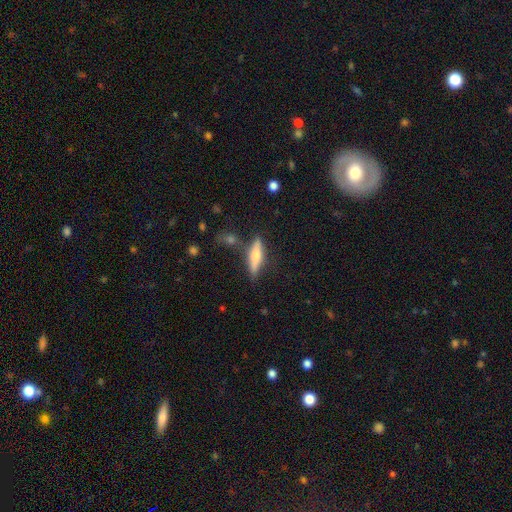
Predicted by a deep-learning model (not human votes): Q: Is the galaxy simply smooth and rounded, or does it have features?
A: smooth — 53%.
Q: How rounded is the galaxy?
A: cigar-shaped — 71%.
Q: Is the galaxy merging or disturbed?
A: none — 76%.